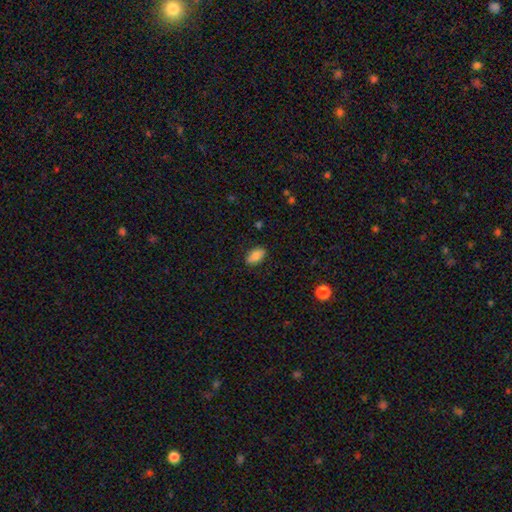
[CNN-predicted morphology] Smooth or featured? smooth (83%)
How rounded? in between (92%)
Merging? none (86%)